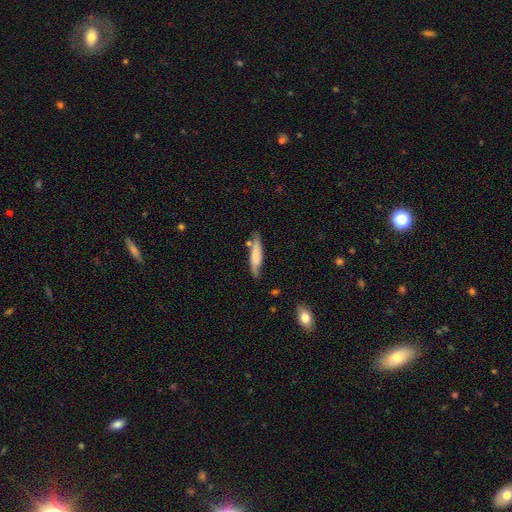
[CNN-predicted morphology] This is likely a smooth galaxy (67%). How rounded: likely cigar-shaped (76%). Merging: likely none (70%).